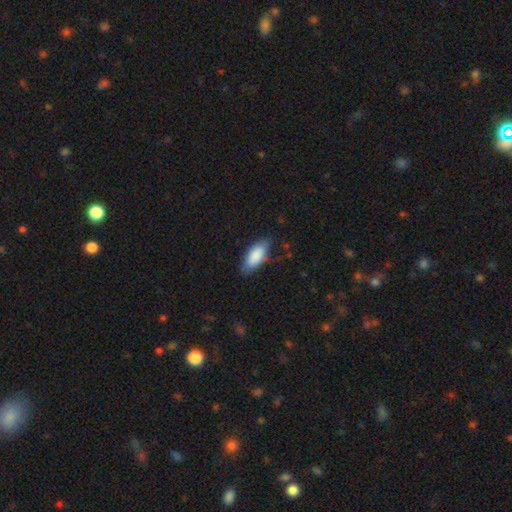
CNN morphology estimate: smooth-or-featured: smooth: 86% | featured or disk: 9% | star or artifact: 6%
  how-rounded: in between: 84% | cigar-shaped: 14% | round: 2%
  merging: none: 74% | minor disturbance: 20% | major disturbance: 4% | merger: 1%